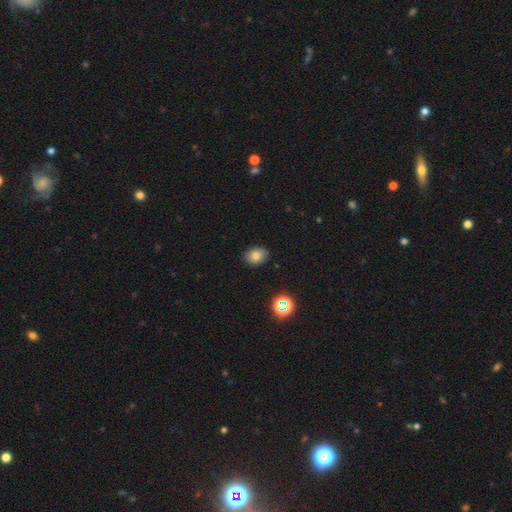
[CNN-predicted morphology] Smooth or featured? Predicted: smooth (p=0.79). How rounded? Predicted: in between (p=0.68). Merging? Predicted: none (p=0.86).